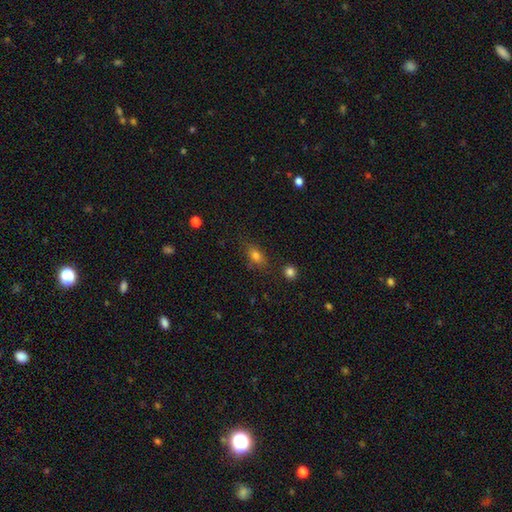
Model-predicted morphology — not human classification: Smooth or featured?
  - smooth: 77% *
  - star or artifact: 13%
  - featured or disk: 10%
How rounded?
  - in between: 76% *
  - round: 18%
  - cigar-shaped: 6%
Merging?
  - none: 75% *
  - minor disturbance: 16%
  - major disturbance: 5%
  - merger: 4%